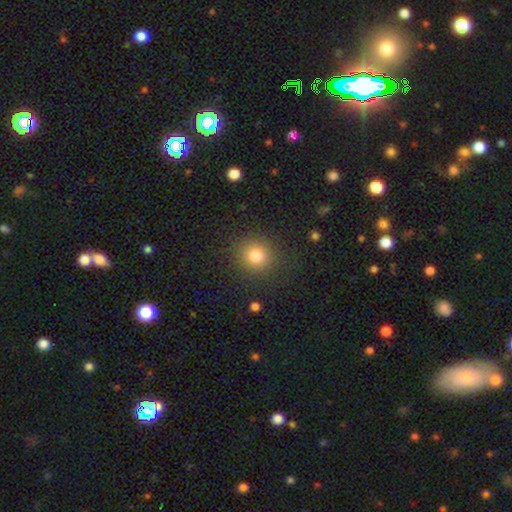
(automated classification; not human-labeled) Smooth or featured?
  - smooth: 80% *
  - star or artifact: 13%
  - featured or disk: 7%
How rounded?
  - round: 89% *
  - in between: 10%
  - cigar-shaped: 1%
Merging?
  - none: 88% *
  - minor disturbance: 7%
  - major disturbance: 3%
  - merger: 1%